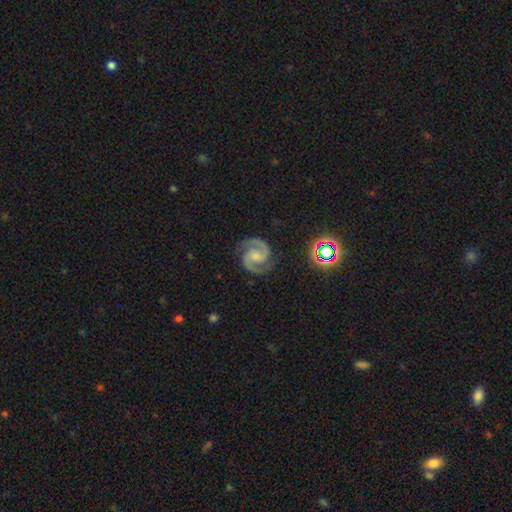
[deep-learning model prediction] featured or disk 92%, star or artifact 5%, smooth 3%. Down the decision tree: edge-on disk — no (99%); bar — no (43%, tied with weak); spiral arms — yes (99%); spiral arm count — 2 (94%); spiral winding — medium (59%); bulge size — small (44%); merging — none (83%).